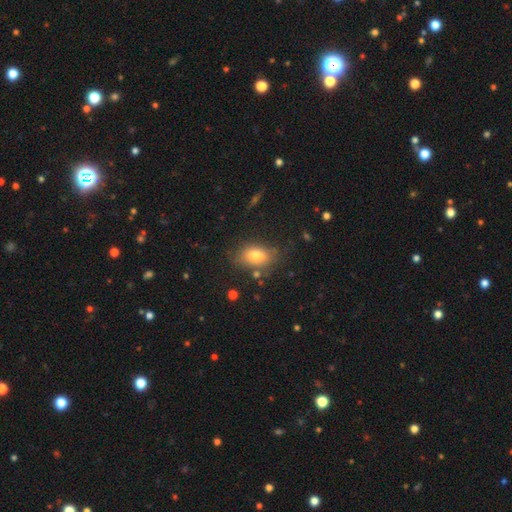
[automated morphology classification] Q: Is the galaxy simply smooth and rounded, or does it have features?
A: smooth — 78%.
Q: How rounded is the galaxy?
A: in between — 87%.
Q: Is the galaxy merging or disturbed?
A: none — 73%.